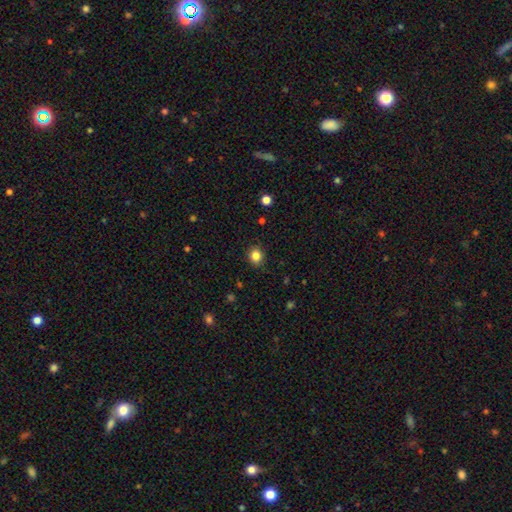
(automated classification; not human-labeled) Smooth or featured: smooth — 85% (star or artifact — 11%)
How rounded: round — 74% (in between — 25%)
Merging: none — 88% (minor disturbance — 8%)